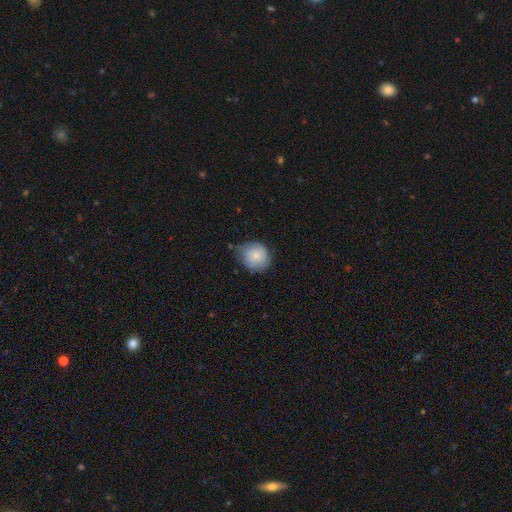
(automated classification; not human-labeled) A smooth galaxy with no disk features (75%) that is round (80%). Merging: none (61%).